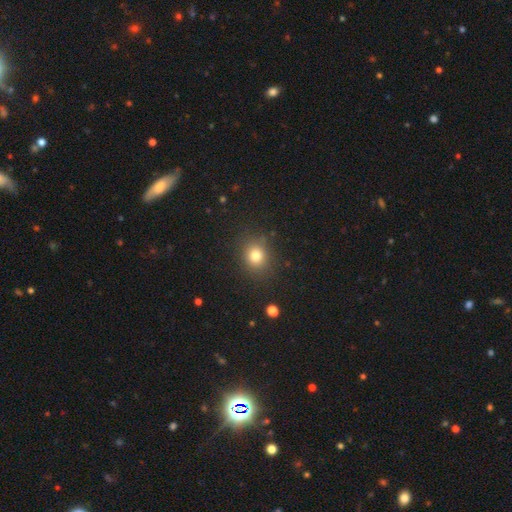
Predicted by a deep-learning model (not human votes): smooth 79%, star or artifact 14%, featured or disk 7%. Down the decision tree: how rounded — round (75%); merging — none (86%).